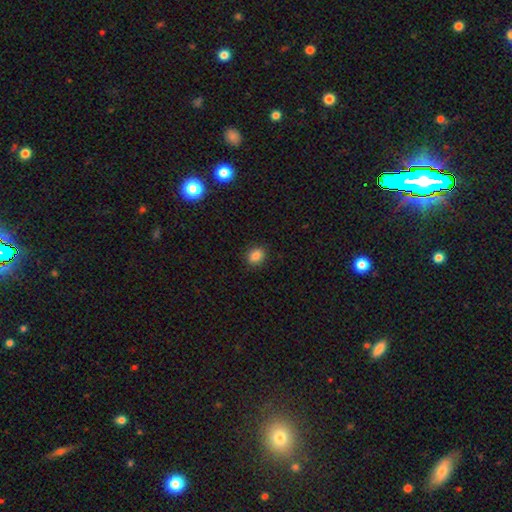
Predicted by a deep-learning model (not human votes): A smooth galaxy with no disk features (85%) that is in between round and cigar-shaped (52%). Merging: none (89%).